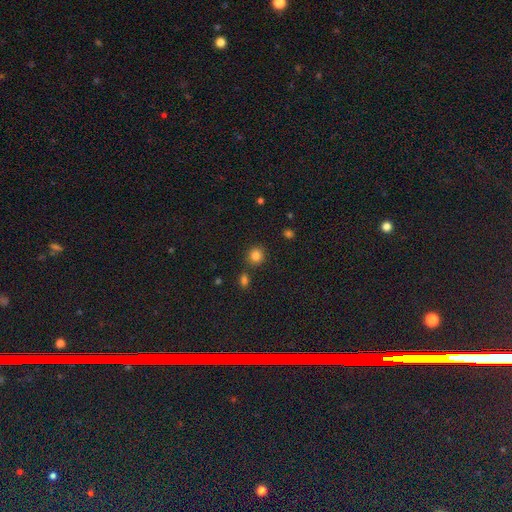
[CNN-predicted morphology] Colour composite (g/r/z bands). It shows a smooth galaxy with no disk features (82%) that is round (88%). Merging: none (81%).